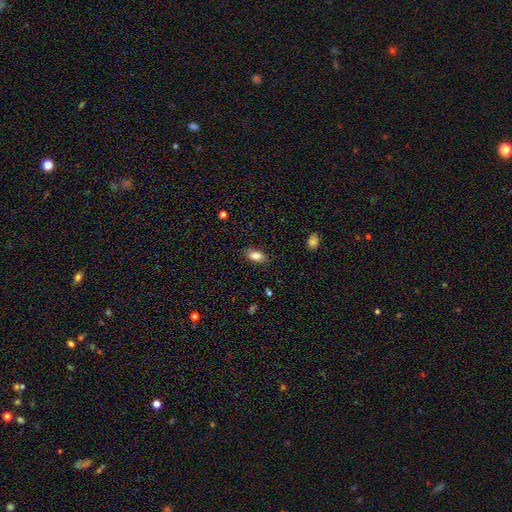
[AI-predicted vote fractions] smooth-or-featured: smooth: 85% | star or artifact: 8% | featured or disk: 7%
  how-rounded: in between: 89% | round: 6% | cigar-shaped: 5%
  merging: none: 85% | minor disturbance: 11% | major disturbance: 3% | merger: 1%